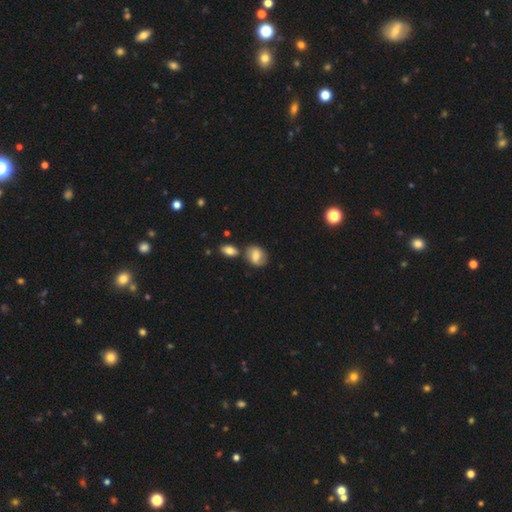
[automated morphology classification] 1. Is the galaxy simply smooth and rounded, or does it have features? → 70% smooth, 22% featured or disk, 8% star or artifact.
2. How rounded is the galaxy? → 57% in between, 41% round, 2% cigar-shaped.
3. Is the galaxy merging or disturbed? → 63% none, 17% minor disturbance, 16% merger, 4% major disturbance.